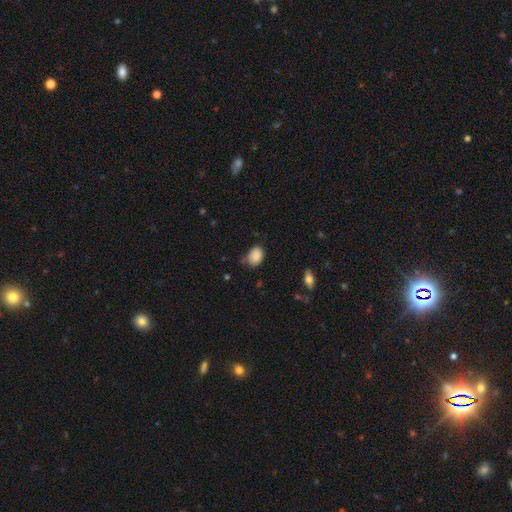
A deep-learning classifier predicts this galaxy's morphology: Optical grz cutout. It shows a smooth galaxy with no disk features (87%) that is in between round and cigar-shaped (78%). Merging: none (59%).